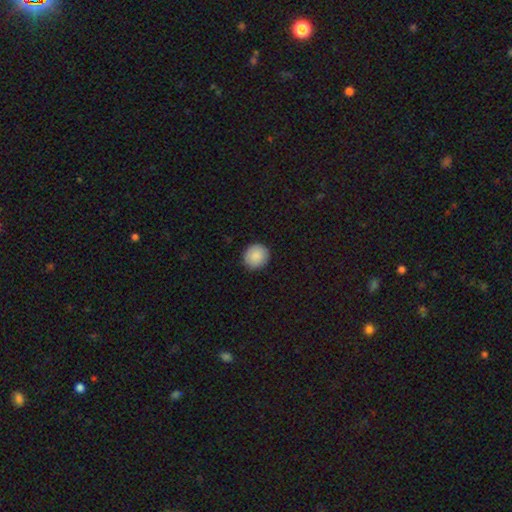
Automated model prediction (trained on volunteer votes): The model was most divided on "smooth or featured": smooth: 89%, star or artifact: 7%, featured or disk: 4%. More confident: merging — none (91%); how rounded — round (91%).